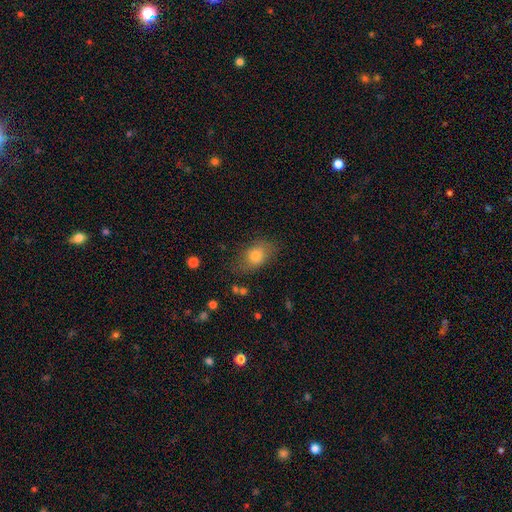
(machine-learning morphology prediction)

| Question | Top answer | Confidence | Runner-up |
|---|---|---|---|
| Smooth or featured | smooth | 76% | featured or disk (14%) |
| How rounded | in between | 79% | round (19%) |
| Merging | none | 73% | minor disturbance (19%) |